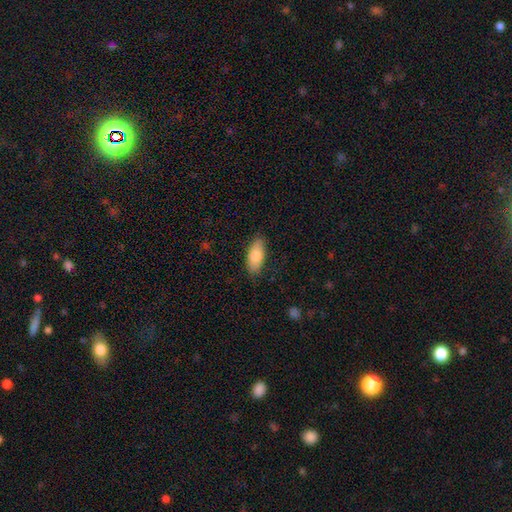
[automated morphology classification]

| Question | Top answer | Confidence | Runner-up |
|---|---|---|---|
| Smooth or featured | smooth | 79% | featured or disk (15%) |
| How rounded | in between | 83% | cigar-shaped (15%) |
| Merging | none | 85% | minor disturbance (12%) |